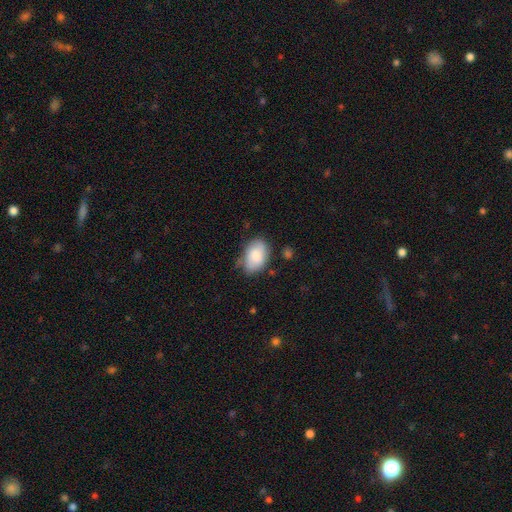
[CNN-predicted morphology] The model was most divided on "merging": none: 63%, minor disturbance: 27%, major disturbance: 7%, merger: 4%. More confident: how rounded — in between (89%); smooth or featured — smooth (83%).